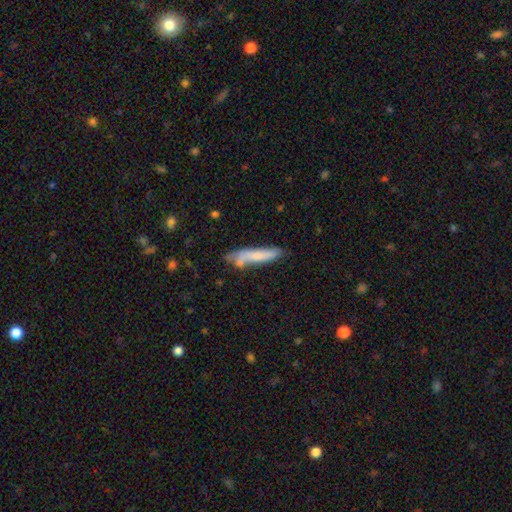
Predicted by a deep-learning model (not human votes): A smooth galaxy with no disk features (65%) that is cigar-shaped (86%).

Vote fractions:
- Smooth or featured? smooth: 65% / featured or disk: 28% / star or artifact: 7%
- How rounded? cigar-shaped: 86% / in between: 13% / round: 2%
- Merging? none: 56% / minor disturbance: 27% / merger: 9% / major disturbance: 8%